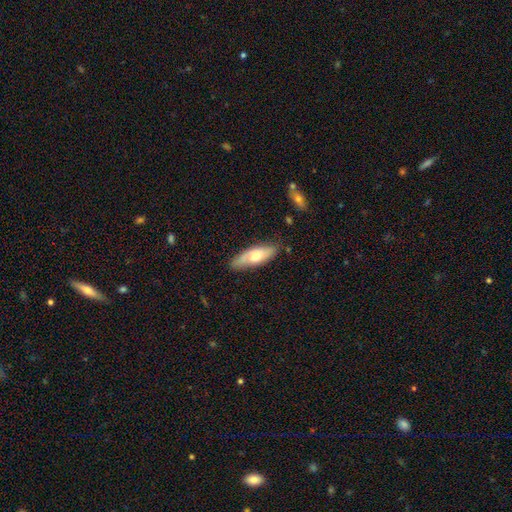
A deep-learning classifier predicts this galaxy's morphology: Q: Smooth or featured?
A: smooth (57%); runner-up: featured or disk (37%)
Q: How rounded?
A: in between (63%); runner-up: cigar-shaped (35%)
Q: Merging?
A: none (77%); runner-up: minor disturbance (18%)